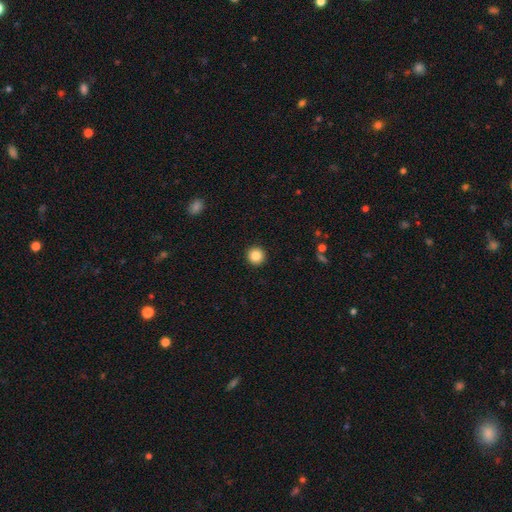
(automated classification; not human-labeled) Q: Smooth or featured?
A: smooth (86%); runner-up: star or artifact (10%)
Q: How rounded?
A: round (96%); runner-up: in between (3%)
Q: Merging?
A: none (94%); runner-up: minor disturbance (4%)